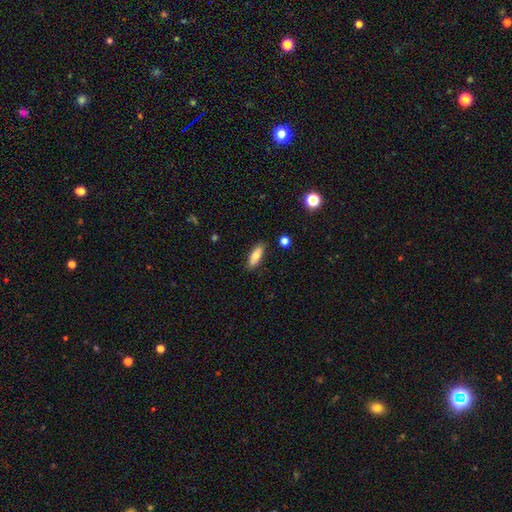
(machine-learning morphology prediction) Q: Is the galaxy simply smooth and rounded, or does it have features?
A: smooth — 73%.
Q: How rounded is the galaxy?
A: in between — 64%.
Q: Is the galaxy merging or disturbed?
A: none — 83%.